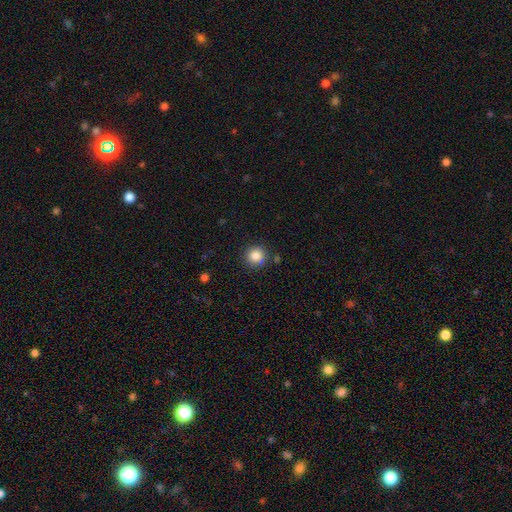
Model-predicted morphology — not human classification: type=smooth (85%); roundness=round (93%); merging=none (85%).